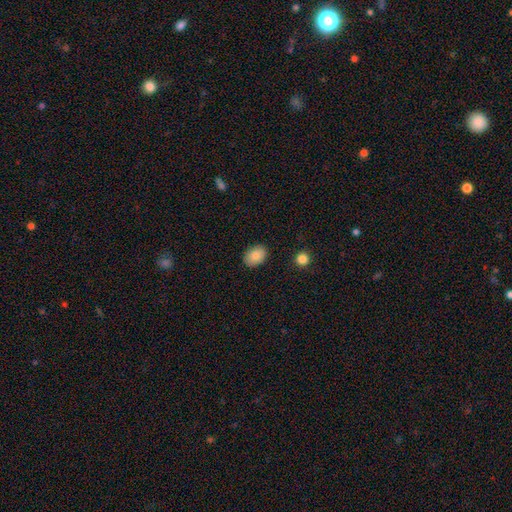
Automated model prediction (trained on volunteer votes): smooth-or-featured: smooth: 87% | star or artifact: 7% | featured or disk: 6%
  how-rounded: in between: 80% | round: 19% | cigar-shaped: 1%
  merging: none: 87% | minor disturbance: 9% | major disturbance: 2% | merger: 1%